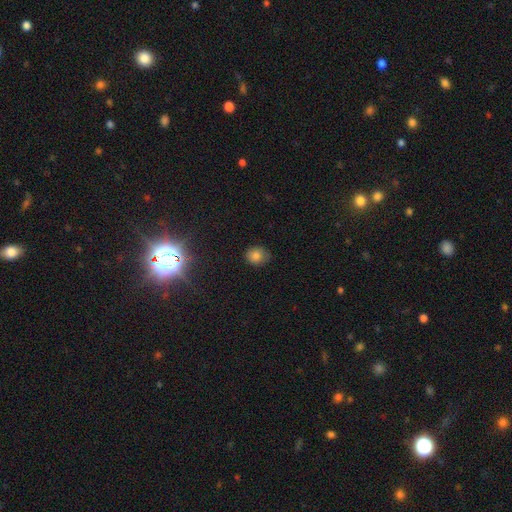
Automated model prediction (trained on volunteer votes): Smooth or featured? Predicted: smooth (p=0.79). How rounded? Predicted: round (p=0.70). Merging? Predicted: none (p=0.77).